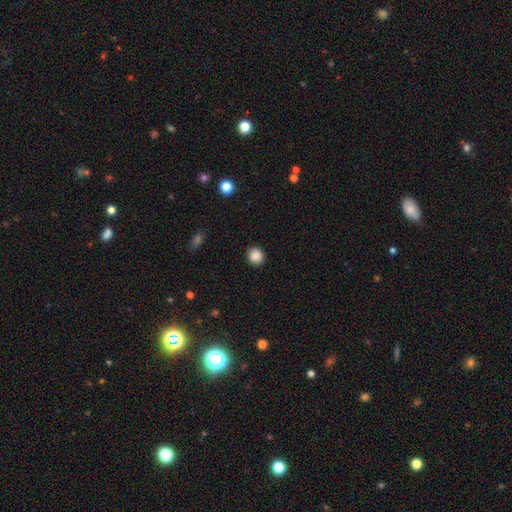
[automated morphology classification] Q: Smooth or featured?
A: smooth (87%); runner-up: star or artifact (9%)
Q: How rounded?
A: round (83%); runner-up: in between (16%)
Q: Merging?
A: none (91%); runner-up: minor disturbance (6%)